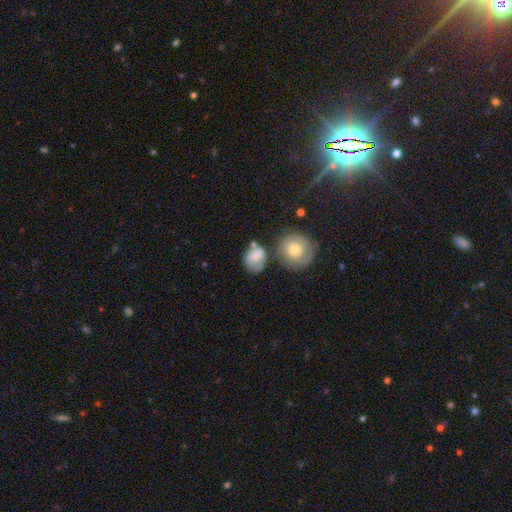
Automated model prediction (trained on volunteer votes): A smooth galaxy with no disk features (68%) that is round (61%). Merging: none (47%).